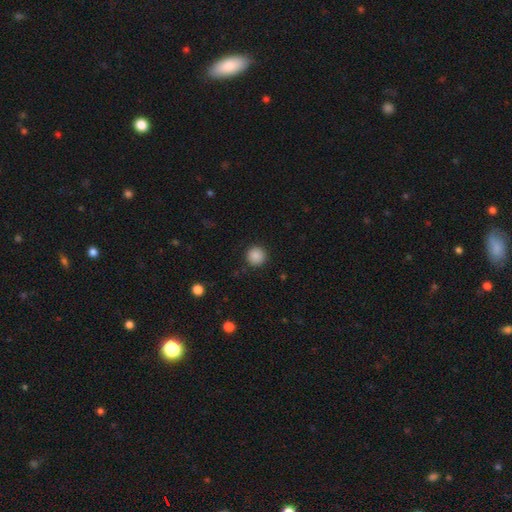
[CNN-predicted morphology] This appears to be a smooth galaxy with no disk features (88%) that is round (95%). Merging: none (91%).